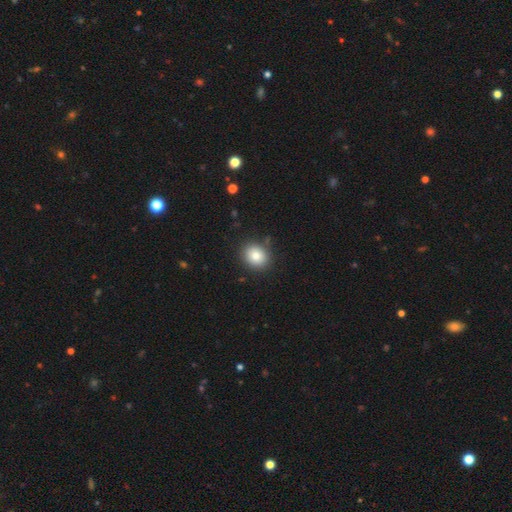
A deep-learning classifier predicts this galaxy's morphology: Smooth or featured? Predicted: smooth (p=0.82). How rounded? Predicted: round (p=0.67). Merging? Predicted: none (p=0.87).